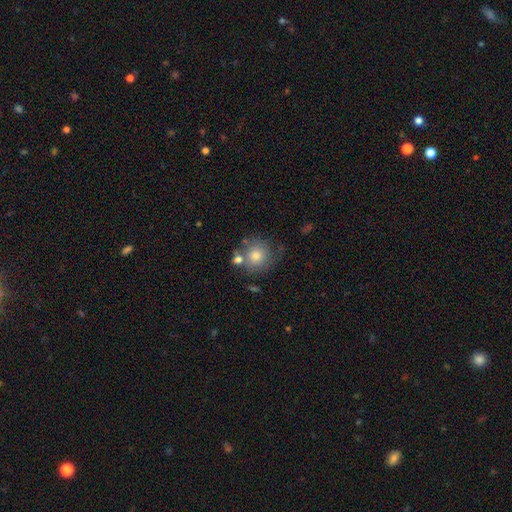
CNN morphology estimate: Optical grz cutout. It shows a smooth galaxy with no disk features (72%) that is round (89%). Merging: none (59%).